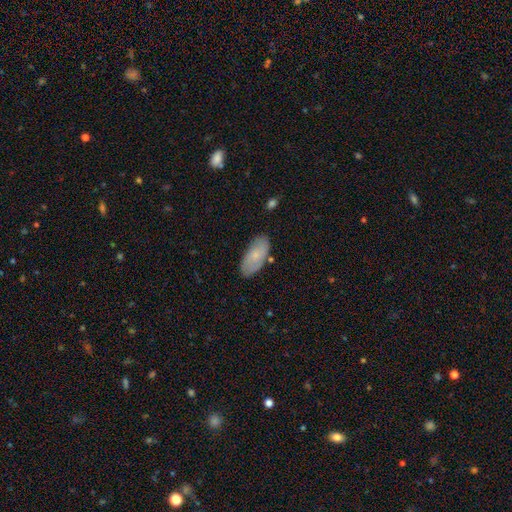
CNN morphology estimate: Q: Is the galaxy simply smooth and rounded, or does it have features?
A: smooth — 69%.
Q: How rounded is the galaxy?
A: in between — 91%.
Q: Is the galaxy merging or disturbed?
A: none — 80%.